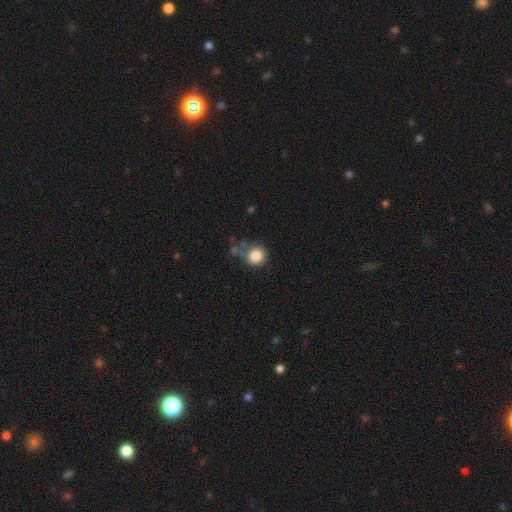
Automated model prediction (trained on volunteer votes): The model was most divided on "merging": none: 57%, minor disturbance: 22%, merger: 10%, major disturbance: 10%. More confident: how rounded — round (87%); smooth or featured — smooth (84%).